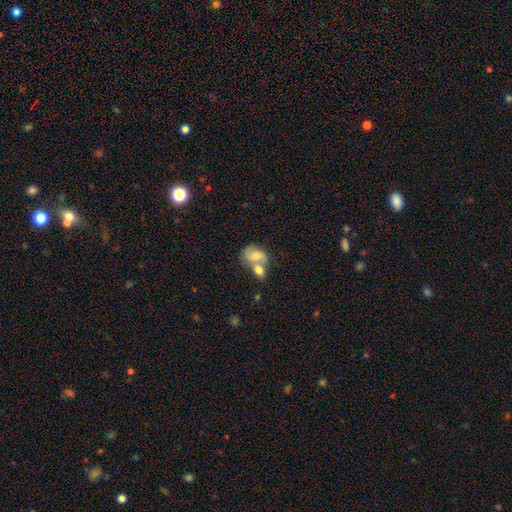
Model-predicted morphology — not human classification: This is possibly a smooth galaxy (47%). Merging: possibly merger (58%).